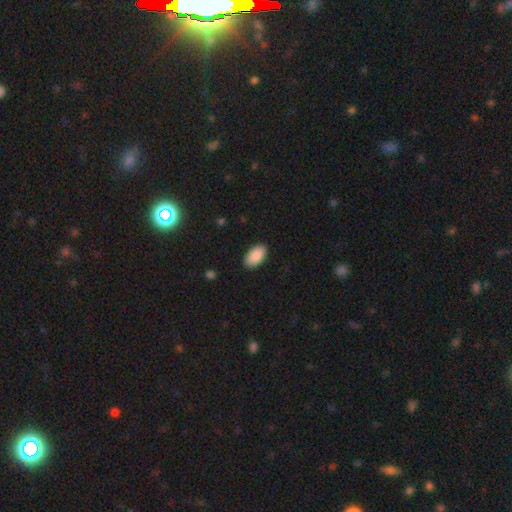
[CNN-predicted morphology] Smooth or featured?
  - smooth: 91% *
  - star or artifact: 6%
  - featured or disk: 3%
How rounded?
  - in between: 95% *
  - round: 3%
  - cigar-shaped: 2%
Merging?
  - none: 89% *
  - minor disturbance: 9%
  - major disturbance: 2%
  - merger: 1%